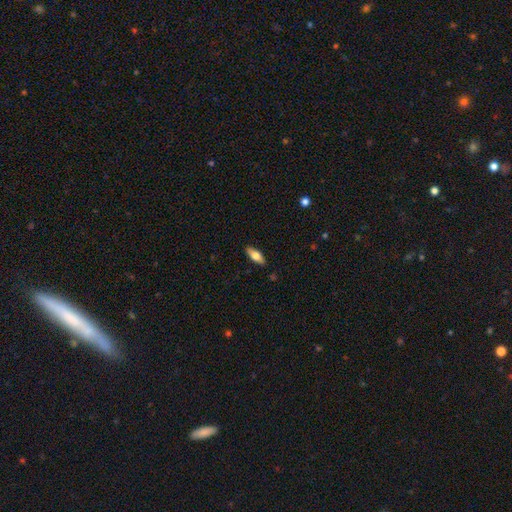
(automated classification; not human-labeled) smooth-or-featured: smooth: 69% | featured or disk: 25% | star or artifact: 6%
  how-rounded: in between: 76% | cigar-shaped: 21% | round: 2%
  merging: none: 88% | minor disturbance: 9% | major disturbance: 2% | merger: 1%